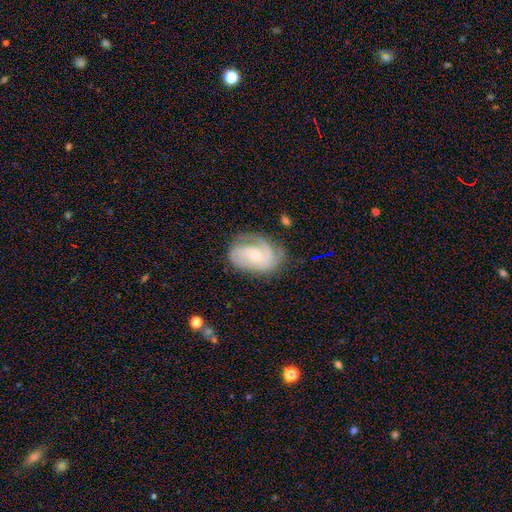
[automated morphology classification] Q: Smooth or featured?
A: featured or disk (79%); runner-up: smooth (15%)
Q: Edge-on disk?
A: no (97%); runner-up: yes (3%)
Q: Bar?
A: no (62%); runner-up: weak (31%)
Q: Spiral arms?
A: yes (94%); runner-up: no (6%)
Q: Spiral winding?
A: tight (55%); runner-up: medium (34%)
Q: Spiral arm count?
A: 2 (37%); runner-up: can't tell (24%)
Q: Bulge size?
A: small (63%); runner-up: moderate (31%)
Q: Merging?
A: none (63%); runner-up: minor disturbance (23%)